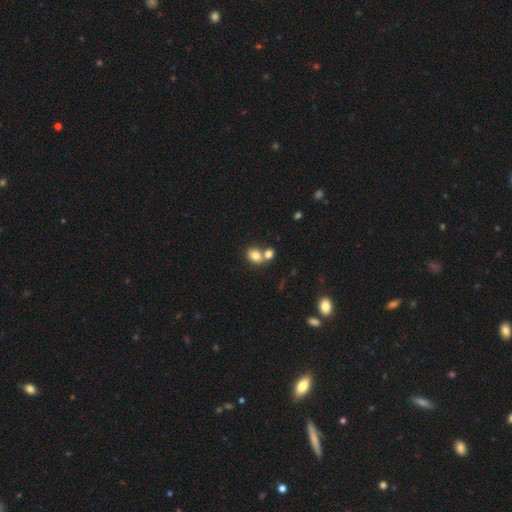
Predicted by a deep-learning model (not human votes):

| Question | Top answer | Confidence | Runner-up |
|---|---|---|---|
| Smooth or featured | smooth | 78% | featured or disk (11%) |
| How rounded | in between | 56% | round (43%) |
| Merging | merger | 46% | none (42%) |